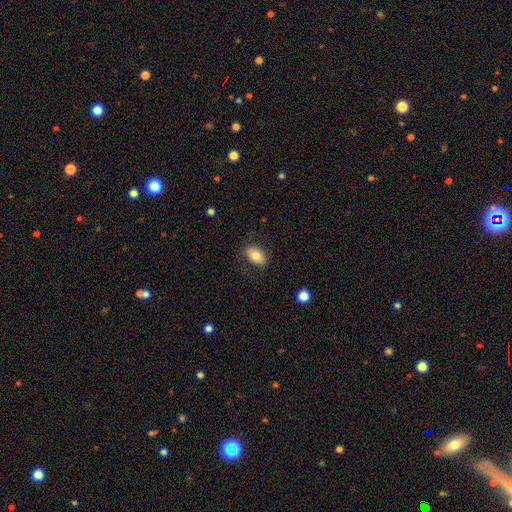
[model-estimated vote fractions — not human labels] smooth_or_featured: smooth (p=0.77) [alt: featured or disk p=0.15]
how_rounded: in between (p=0.85) [alt: round p=0.14]
merging: none (p=0.81) [alt: minor disturbance p=0.14]